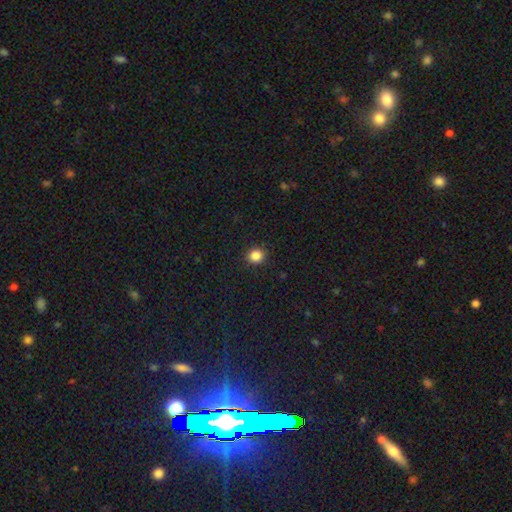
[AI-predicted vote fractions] Overall: smooth (86%). How rounded: round (80%). Merging: none (91%).